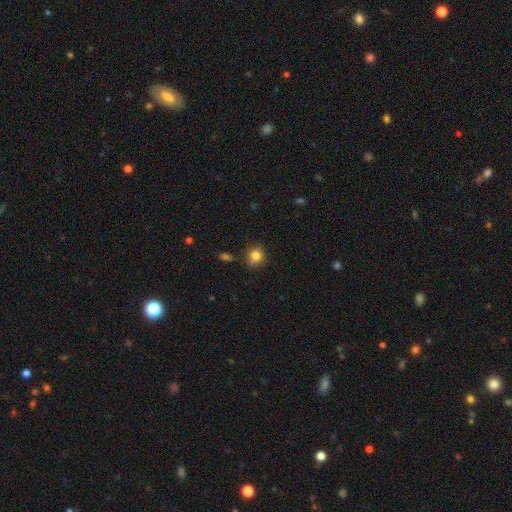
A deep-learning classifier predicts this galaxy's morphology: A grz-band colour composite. It shows a smooth galaxy with no disk features (81%) that is round (77%). Merging: none (70%).